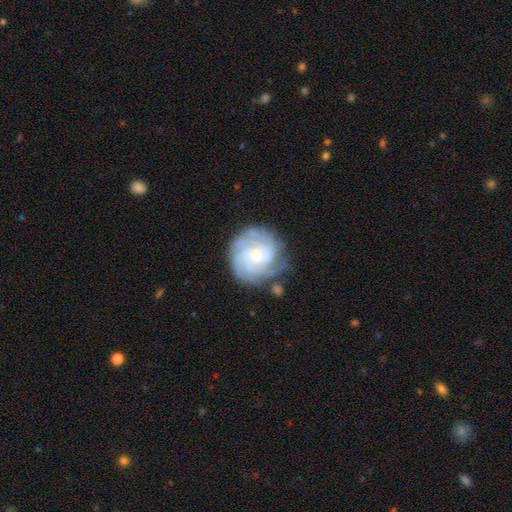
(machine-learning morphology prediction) Smooth or featured? featured or disk (78%)
Edge-on disk? no (98%)
Bar? no (71%)
Spiral arms? yes (94%)
Spiral winding? tight (71%)
Spiral arm count? can't tell (34%)
Bulge size? small (57%)
Merging? none (73%)